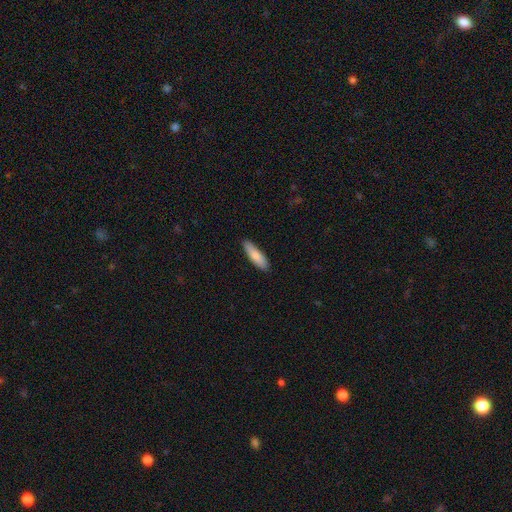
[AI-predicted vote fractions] This appears to be a smooth galaxy with no disk features (82%) that is cigar-shaped (60%). Merging: none (88%).